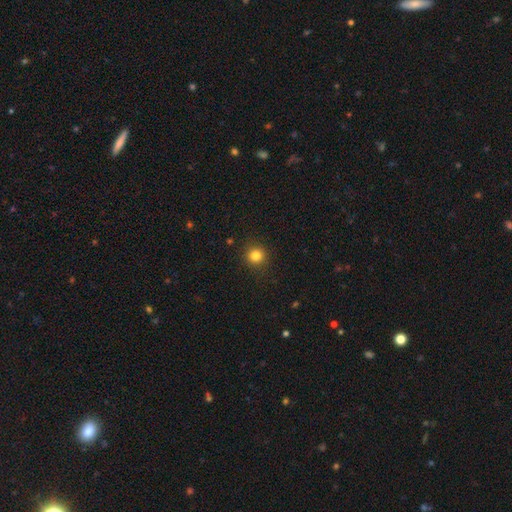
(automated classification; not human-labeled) Smooth or featured?
  - smooth: 83% *
  - star or artifact: 12%
  - featured or disk: 5%
How rounded?
  - round: 94% *
  - in between: 6%
  - cigar-shaped: 1%
Merging?
  - none: 91% *
  - minor disturbance: 6%
  - major disturbance: 2%
  - merger: 1%